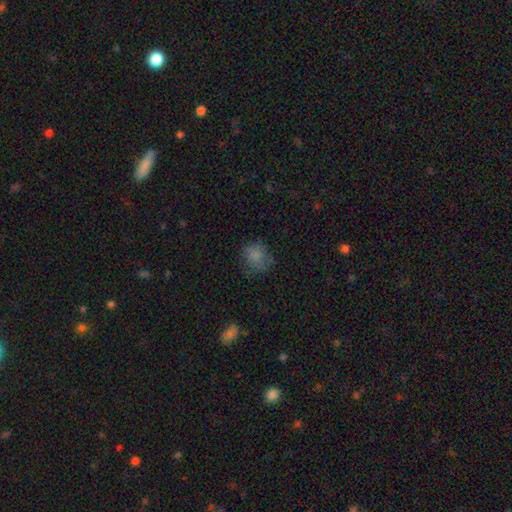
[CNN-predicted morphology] Overall: smooth (79%). How rounded: round (74%). Merging: none (68%).